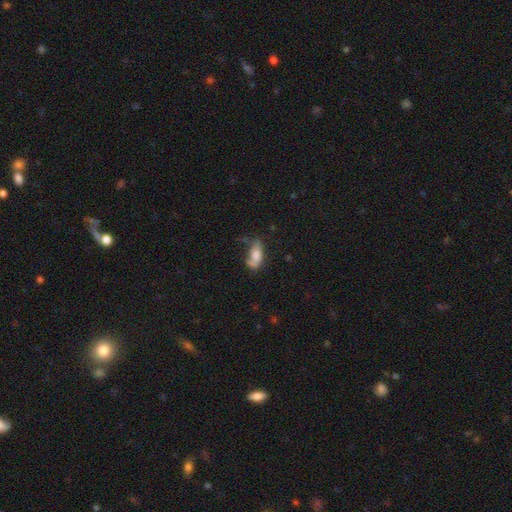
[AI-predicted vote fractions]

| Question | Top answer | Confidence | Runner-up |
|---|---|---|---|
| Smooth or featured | smooth | 70% | featured or disk (22%) |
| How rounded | in between | 80% | cigar-shaped (17%) |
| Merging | none | 39% | minor disturbance (30%) |